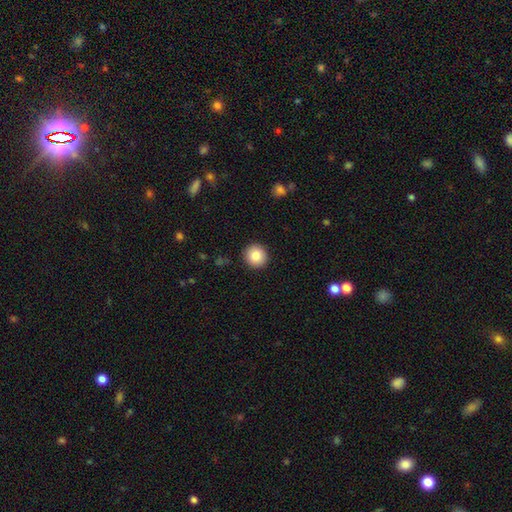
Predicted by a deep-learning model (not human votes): The model was most divided on "smooth or featured": smooth: 85%, star or artifact: 8%, featured or disk: 7%. More confident: how rounded — round (94%); merging — none (92%).